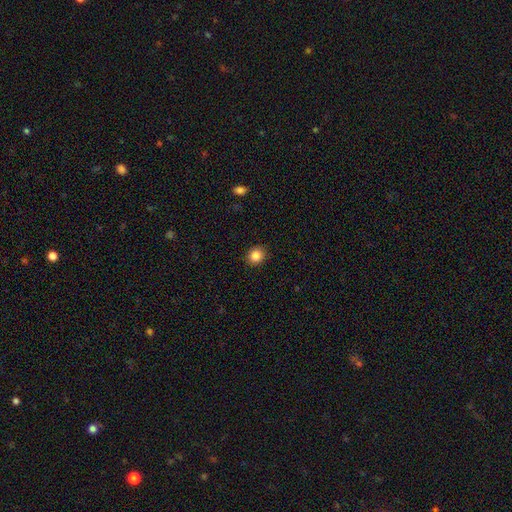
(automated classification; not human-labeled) smooth_or_featured: smooth (p=0.86) [alt: star or artifact p=0.10]
how_rounded: round (p=0.76) [alt: in between p=0.23]
merging: none (p=0.90) [alt: minor disturbance p=0.07]